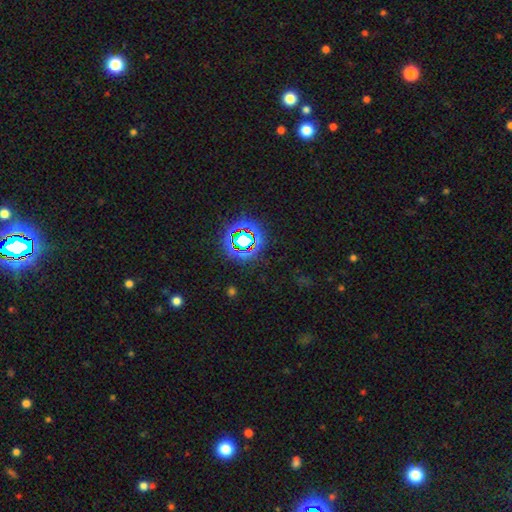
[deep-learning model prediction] smooth_or_featured: star or artifact (p=0.77) [alt: smooth p=0.15]